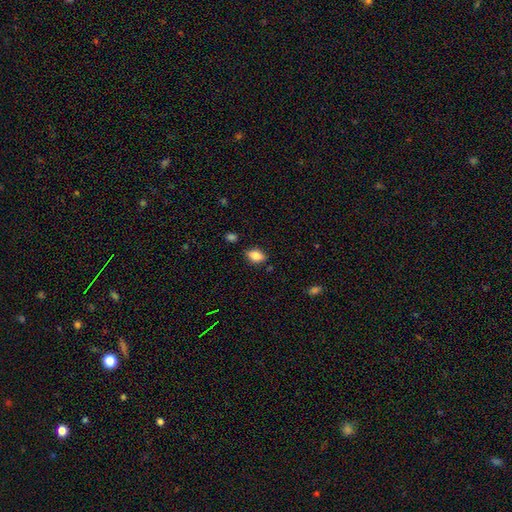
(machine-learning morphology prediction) Smooth or featured? smooth (81%)
How rounded? in between (84%)
Merging? none (82%)